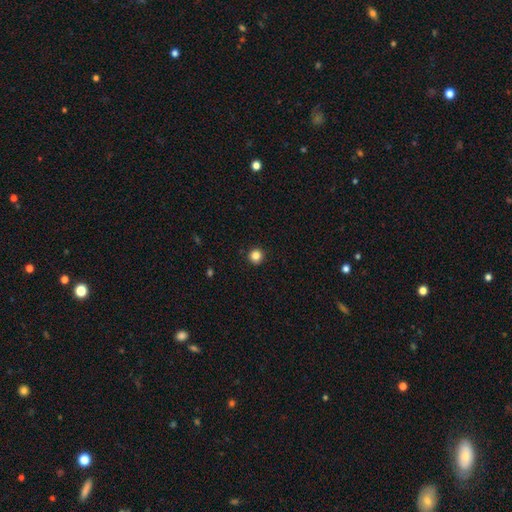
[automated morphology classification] type=smooth (84%); roundness=round (95%); merging=none (93%).